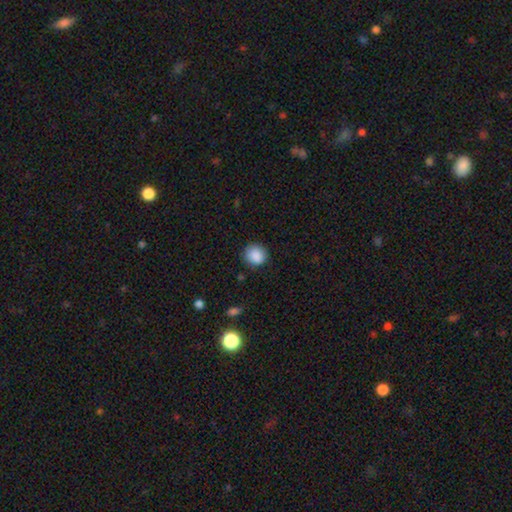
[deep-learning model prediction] The model was most divided on "merging": none: 84%, minor disturbance: 11%, major disturbance: 3%, merger: 1%. More confident: smooth or featured — smooth (88%); how rounded — round (86%).